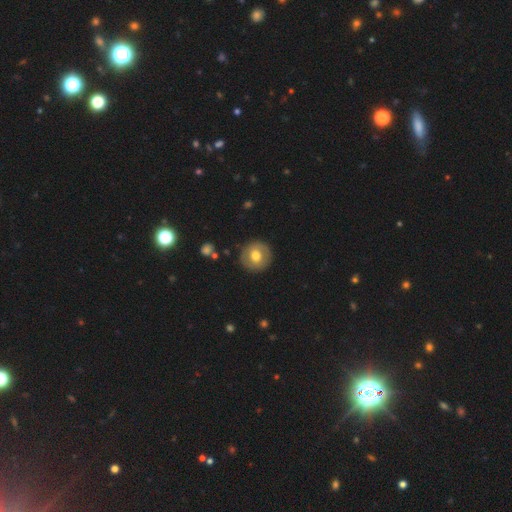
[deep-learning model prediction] Smooth or featured: smooth — 59% (featured or disk — 34%)
How rounded: round — 92% (in between — 7%)
Merging: none — 88% (minor disturbance — 8%)